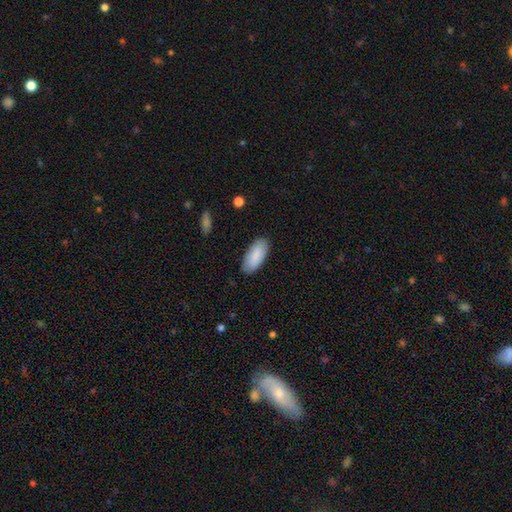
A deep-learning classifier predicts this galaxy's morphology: Smooth or featured? Predicted: smooth (p=0.88). How rounded? Predicted: in between (p=0.89). Merging? Predicted: none (p=0.86).